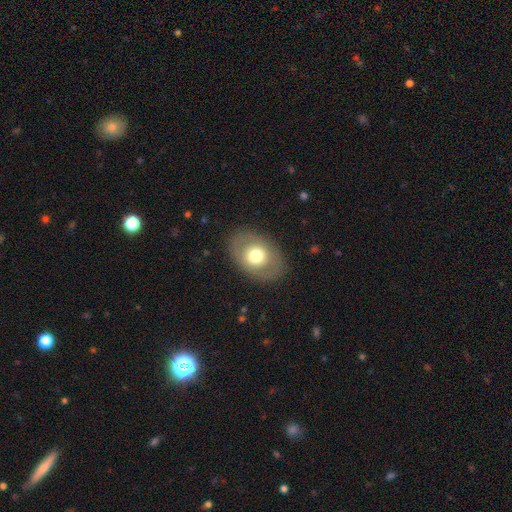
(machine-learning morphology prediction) This is likely a smooth galaxy (64%). How rounded: likely in between (73%). Merging: clearly none (84%).